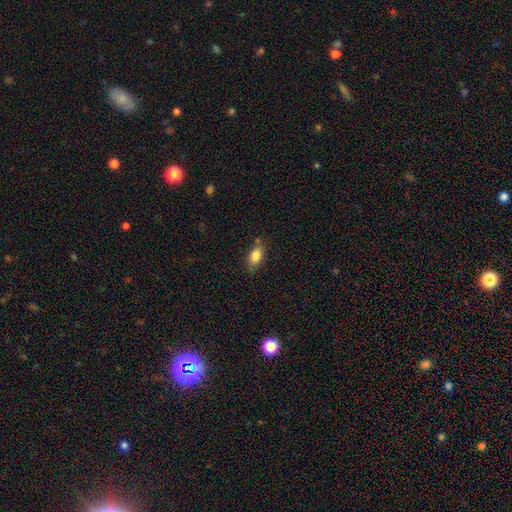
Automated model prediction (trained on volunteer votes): This appears to be a smooth galaxy with no disk features (83%) that is in between round and cigar-shaped (88%). Merging: none (73%).